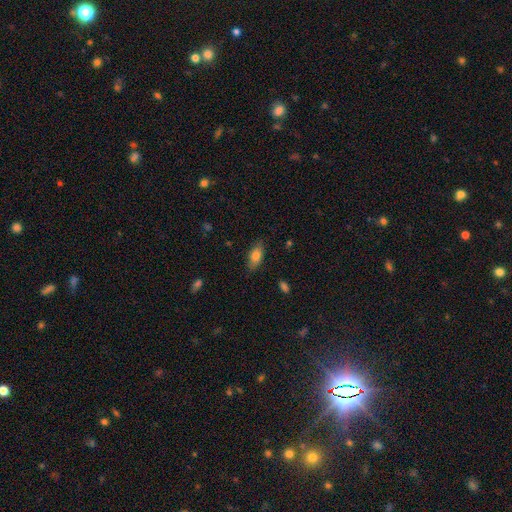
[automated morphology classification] This is likely a smooth galaxy (79%). How rounded: clearly in between (87%). Merging: clearly none (83%).